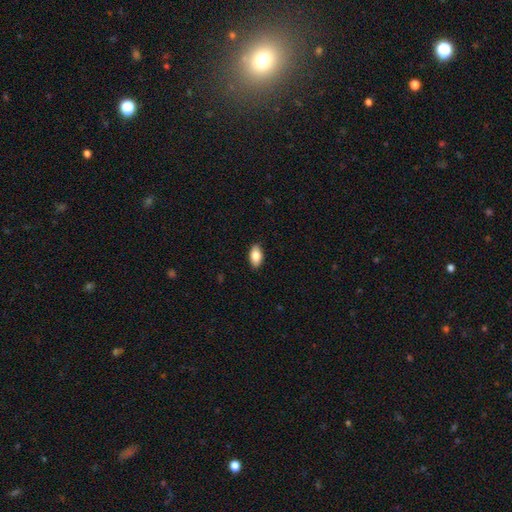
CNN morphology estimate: smooth_or_featured: smooth (p=0.86) [alt: featured or disk p=0.07]
how_rounded: in between (p=0.93) [alt: round p=0.04]
merging: none (p=0.89) [alt: minor disturbance p=0.08]